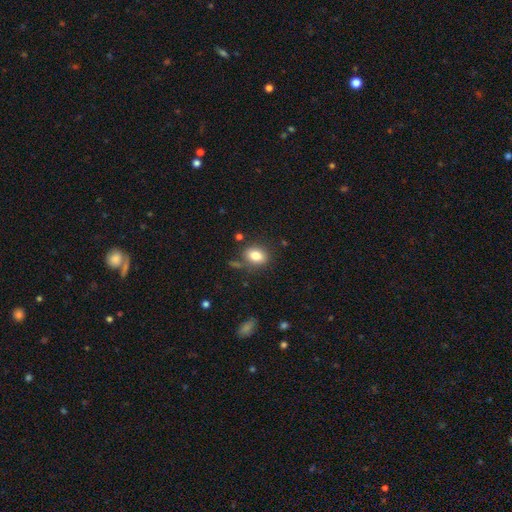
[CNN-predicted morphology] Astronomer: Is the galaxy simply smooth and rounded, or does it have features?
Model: smooth — 82%.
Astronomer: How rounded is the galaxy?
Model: in between — 67%.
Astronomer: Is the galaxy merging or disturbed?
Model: none — 77%.